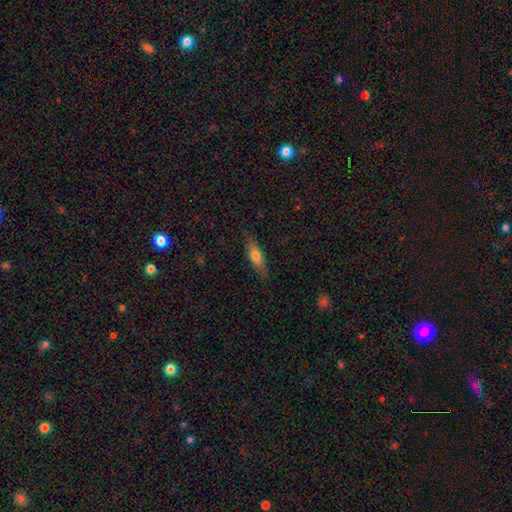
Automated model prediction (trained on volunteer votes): smooth_or_featured: smooth (p=0.67) [alt: featured or disk p=0.27]
how_rounded: cigar-shaped (p=0.56) [alt: in between p=0.41]
merging: none (p=0.84) [alt: minor disturbance p=0.12]